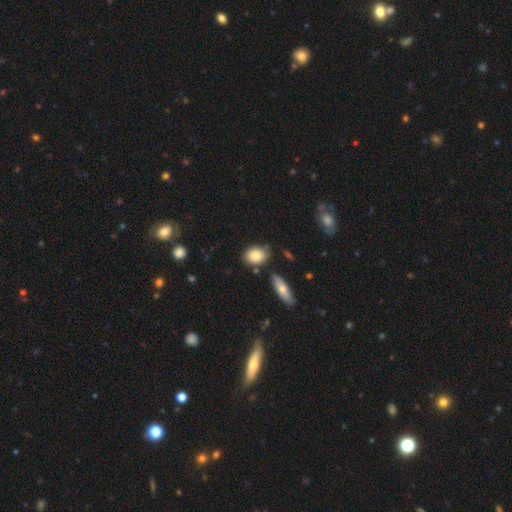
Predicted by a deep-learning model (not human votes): A smooth galaxy with no disk features (82%) that is in between round and cigar-shaped (71%).

Vote fractions:
- Smooth or featured? smooth: 82% / featured or disk: 11% / star or artifact: 7%
- How rounded? in between: 71% / round: 27% / cigar-shaped: 2%
- Merging? none: 69% / minor disturbance: 18% / merger: 9% / major disturbance: 4%